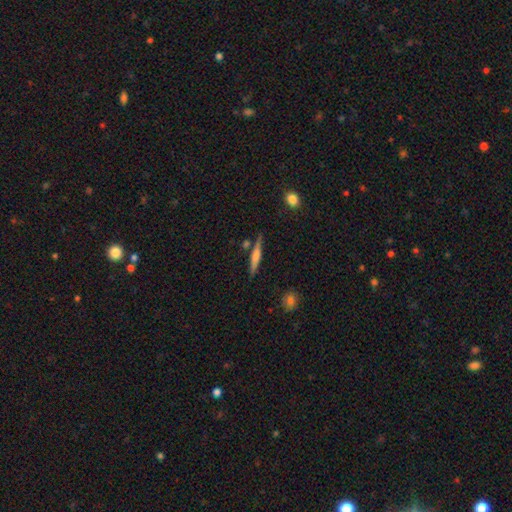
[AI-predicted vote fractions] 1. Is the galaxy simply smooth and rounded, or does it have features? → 57% featured or disk, 37% smooth, 7% star or artifact.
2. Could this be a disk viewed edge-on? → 97% yes, 3% no.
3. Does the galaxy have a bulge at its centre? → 65% rounded, 19% boxy, 16% none.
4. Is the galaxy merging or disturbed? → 84% none, 9% minor disturbance, 4% merger, 2% major disturbance.